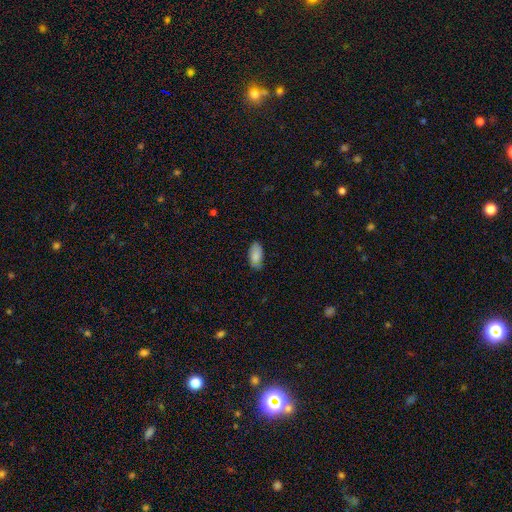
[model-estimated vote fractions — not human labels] Smooth or featured? smooth (81%)
How rounded? in between (93%)
Merging? none (68%)